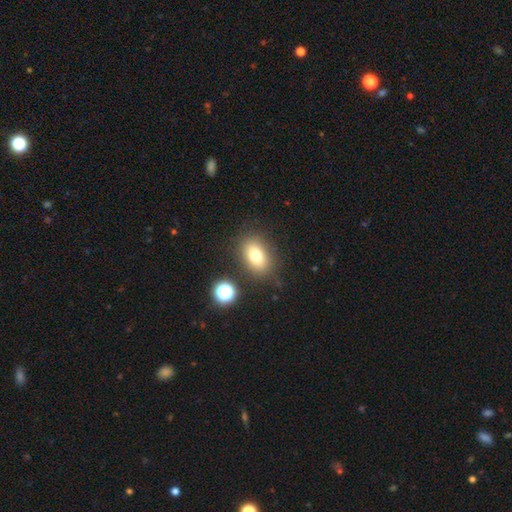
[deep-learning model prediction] Smooth or featured?
  - smooth: 76% *
  - star or artifact: 12%
  - featured or disk: 12%
How rounded?
  - in between: 75% *
  - round: 23%
  - cigar-shaped: 2%
Merging?
  - none: 81% *
  - minor disturbance: 11%
  - major disturbance: 4%
  - merger: 4%